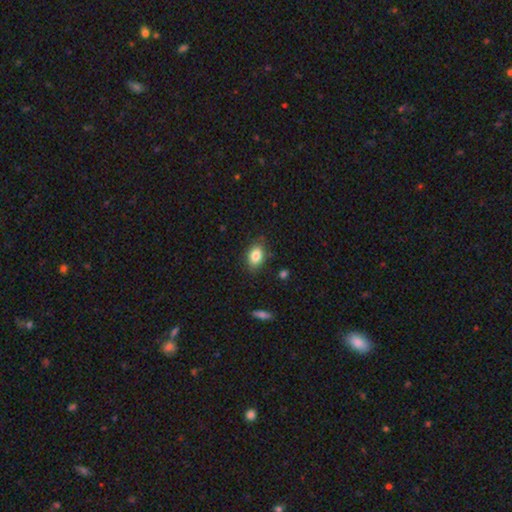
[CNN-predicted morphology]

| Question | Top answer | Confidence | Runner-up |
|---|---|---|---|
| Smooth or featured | smooth | 83% | featured or disk (8%) |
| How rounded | in between | 82% | round (16%) |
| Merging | none | 82% | minor disturbance (14%) |